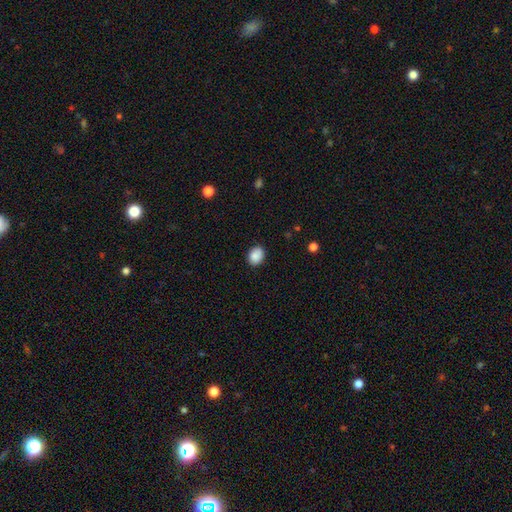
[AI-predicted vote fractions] Morphology: type=smooth (89%); roundness=in between (58%); merging=none (87%).